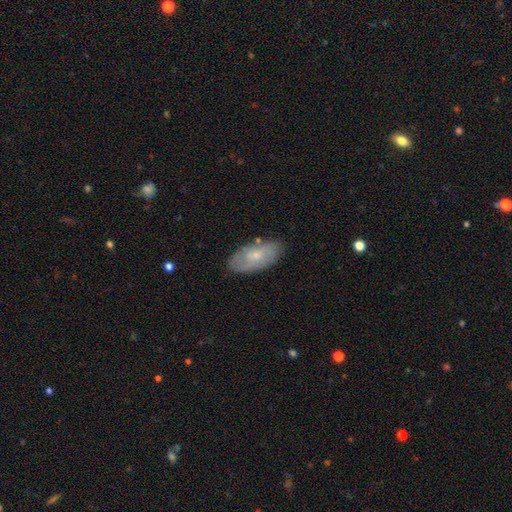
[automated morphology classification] type=smooth (53%); roundness=in between (91%); merging=none (78%).